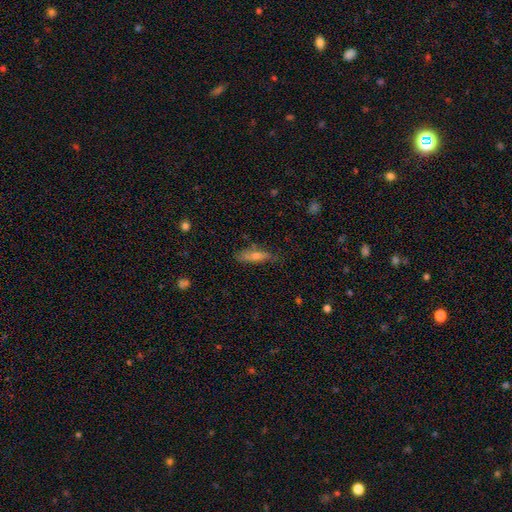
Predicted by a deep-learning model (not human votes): Overall: smooth (58%; featured or disk 32%). How rounded: cigar-shaped (69%). Merging: none (73%).